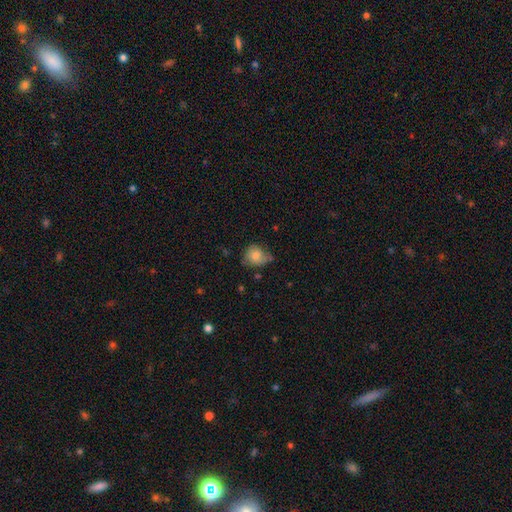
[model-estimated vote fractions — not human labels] Overall: smooth (76%). How rounded: round (71%). Merging: none (52%; minor disturbance 34%).